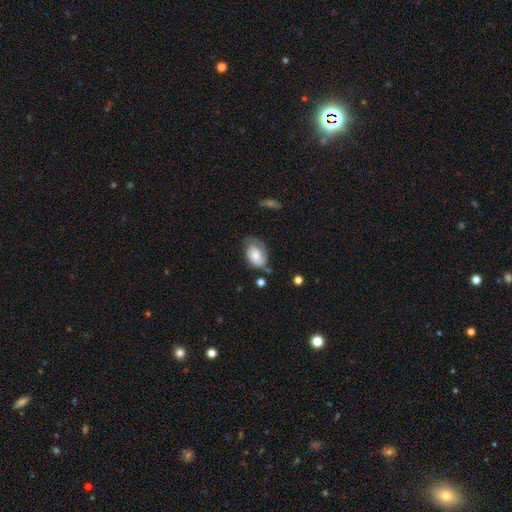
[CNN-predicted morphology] The model was most divided on "smooth or featured": smooth: 48%, featured or disk: 45%, star or artifact: 7%. Remaining: merging — none (45%).